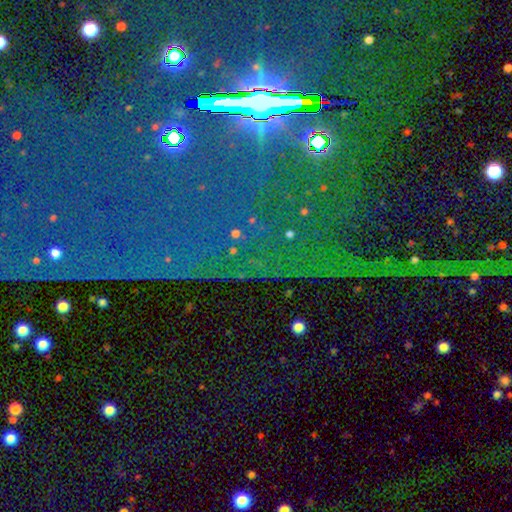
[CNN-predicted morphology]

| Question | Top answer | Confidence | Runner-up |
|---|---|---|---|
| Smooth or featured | star or artifact | 82% | featured or disk (11%) |